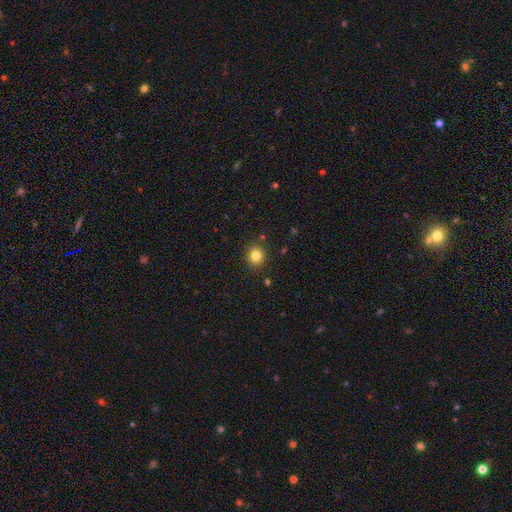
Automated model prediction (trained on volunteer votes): The model was most divided on "how rounded": round: 81%, in between: 18%, cigar-shaped: 1%. More confident: merging — none (89%); smooth or featured — smooth (82%).